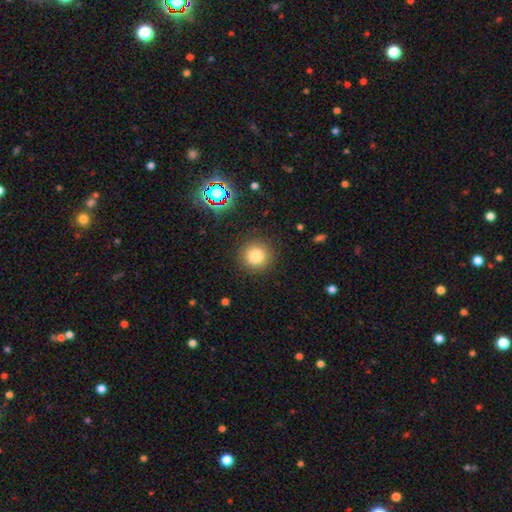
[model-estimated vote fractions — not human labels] Smooth or featured: smooth — 81% (star or artifact — 13%)
How rounded: round — 93% (in between — 6%)
Merging: none — 89% (minor disturbance — 7%)